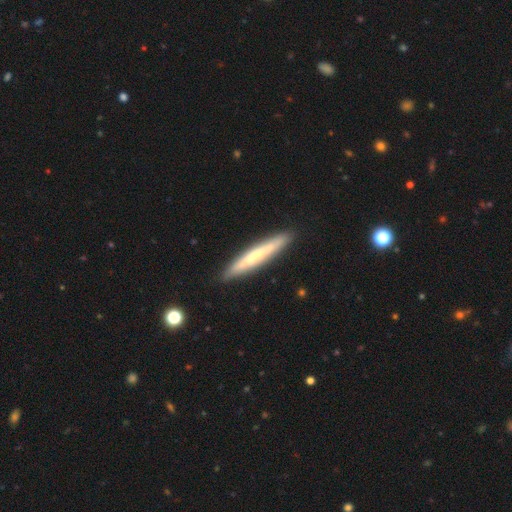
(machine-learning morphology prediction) Smooth or featured? Predicted: smooth (p=0.52). How rounded? Predicted: cigar-shaped (p=0.94). Merging? Predicted: none (p=0.88).